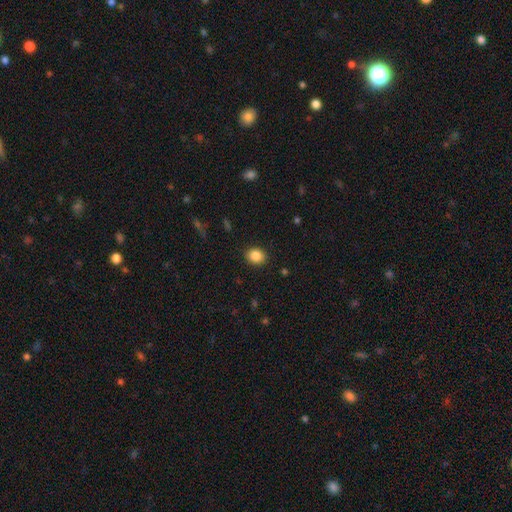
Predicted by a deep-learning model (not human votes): smooth-or-featured: smooth: 86% | star or artifact: 9% | featured or disk: 5%
  how-rounded: round: 59% | in between: 40% | cigar-shaped: 1%
  merging: none: 90% | minor disturbance: 7% | major disturbance: 2% | merger: 1%